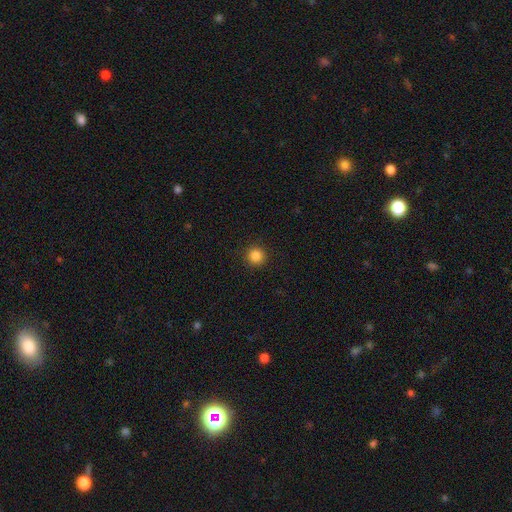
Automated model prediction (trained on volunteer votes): A smooth galaxy with no disk features (85%) that is round (95%).

Vote fractions:
- Smooth or featured? smooth: 85% / star or artifact: 11% / featured or disk: 3%
- How rounded? round: 95% / in between: 4% / cigar-shaped: 1%
- Merging? none: 92% / minor disturbance: 5% / major disturbance: 2% / merger: 1%